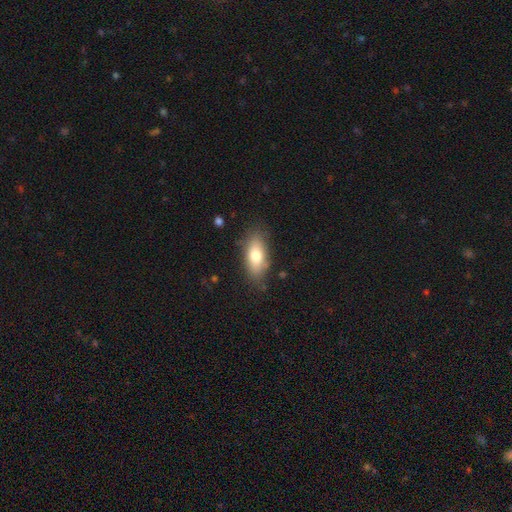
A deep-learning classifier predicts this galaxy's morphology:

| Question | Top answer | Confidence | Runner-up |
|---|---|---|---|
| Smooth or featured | smooth | 75% | featured or disk (18%) |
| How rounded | in between | 83% | cigar-shaped (13%) |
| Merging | none | 79% | minor disturbance (15%) |